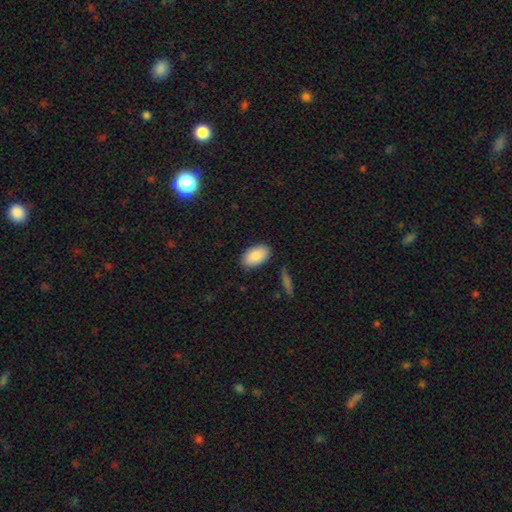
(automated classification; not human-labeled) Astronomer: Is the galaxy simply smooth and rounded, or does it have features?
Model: smooth — 88%.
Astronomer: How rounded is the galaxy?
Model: in between — 94%.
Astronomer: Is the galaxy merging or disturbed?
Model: none — 85%.